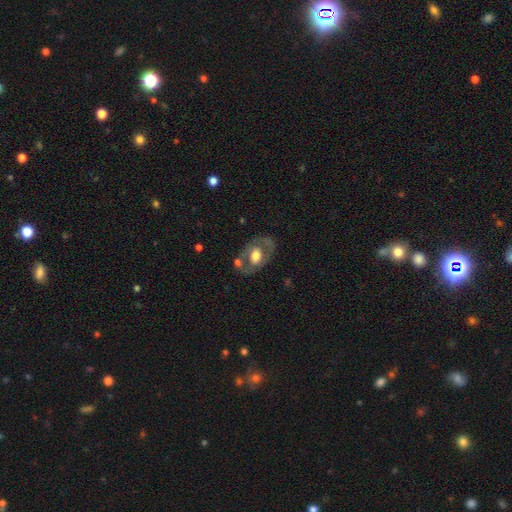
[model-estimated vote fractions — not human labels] smooth-or-featured: featured or disk: 52% | smooth: 42% | star or artifact: 6%
  disk-edge-on: no: 92% | yes: 8%
  merging: none: 60% | minor disturbance: 18% | merger: 13% | major disturbance: 9%